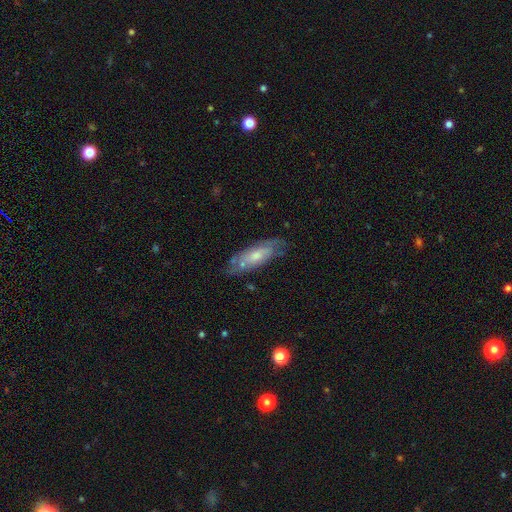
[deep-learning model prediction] Smooth or featured?
  - featured or disk: 53% *
  - smooth: 40%
  - star or artifact: 7%
Edge-on disk?
  - no: 75% *
  - yes: 25%
Merging?
  - none: 67% *
  - minor disturbance: 23%
  - major disturbance: 7%
  - merger: 3%